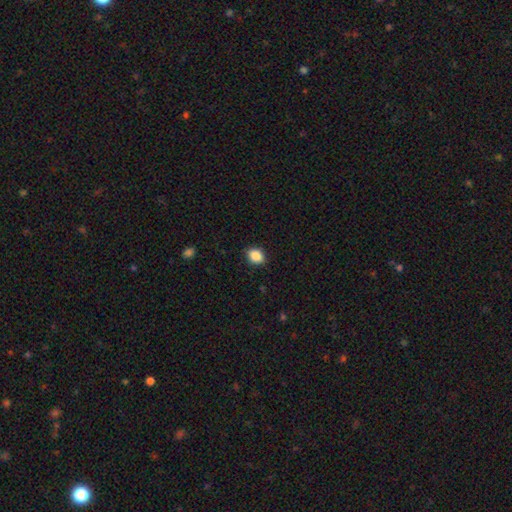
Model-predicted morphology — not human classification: This appears to be a smooth galaxy with no disk features (88%) that is in between round and cigar-shaped (59%). Merging: none (87%).